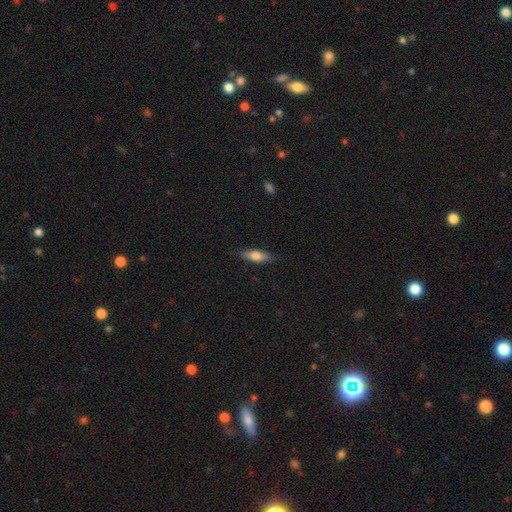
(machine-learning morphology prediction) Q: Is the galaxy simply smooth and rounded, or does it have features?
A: smooth — 73%.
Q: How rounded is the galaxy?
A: in between — 55%.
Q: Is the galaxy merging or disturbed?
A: none — 84%.